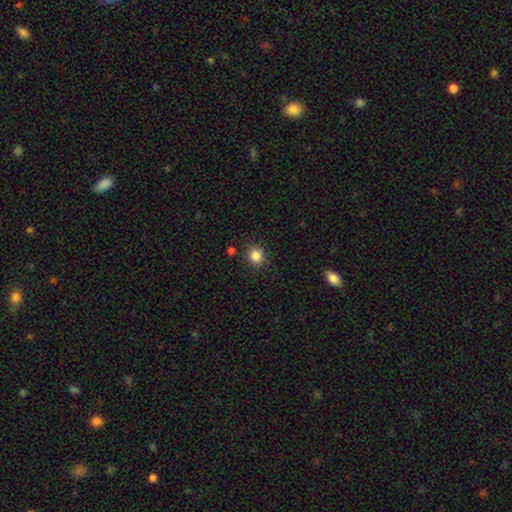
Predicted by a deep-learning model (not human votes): Smooth or featured? smooth (84%)
How rounded? round (85%)
Merging? none (87%)